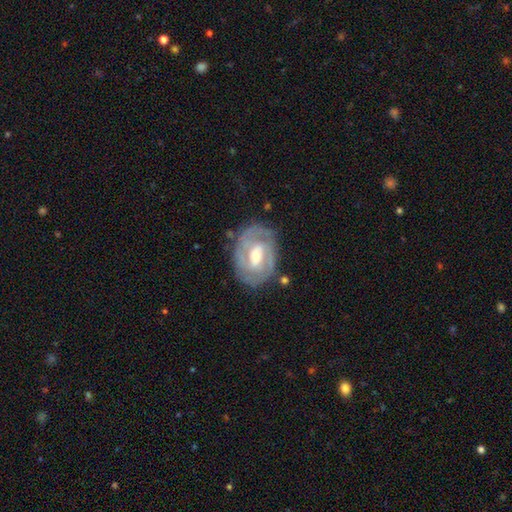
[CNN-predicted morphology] featured or disk 85%, smooth 11%, star or artifact 5%. Down the decision tree: edge-on disk — no (96%); bar — weak (50%); spiral arms — yes (91%); spiral arm count — 2 (59%); spiral winding — tight (62%); bulge size — moderate (64%); merging — none (76%).